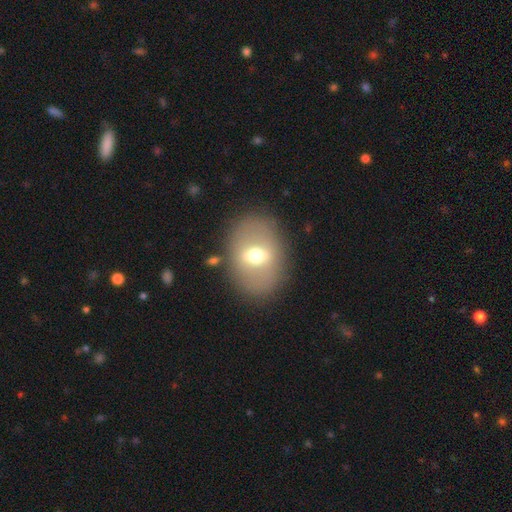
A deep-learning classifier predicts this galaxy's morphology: smooth-or-featured: smooth: 46% | featured or disk: 44% | star or artifact: 9%
  merging: none: 83% | minor disturbance: 10% | major disturbance: 5% | merger: 2%